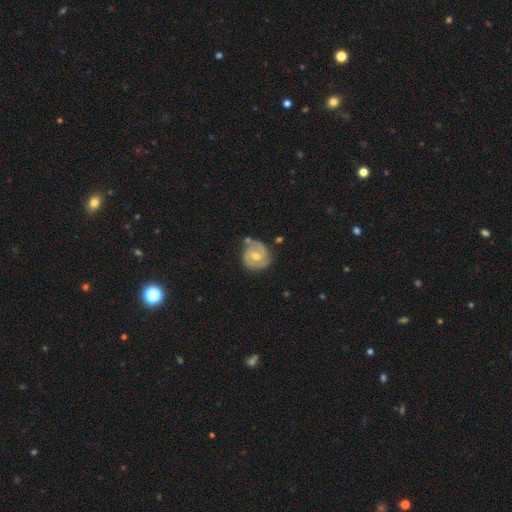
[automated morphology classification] A featured or disk galaxy (75%) with no bar (54%), 2 (74%) tight (60%) spiral arms (87%) and a moderate central bulge (74%). Merging: none (65%).